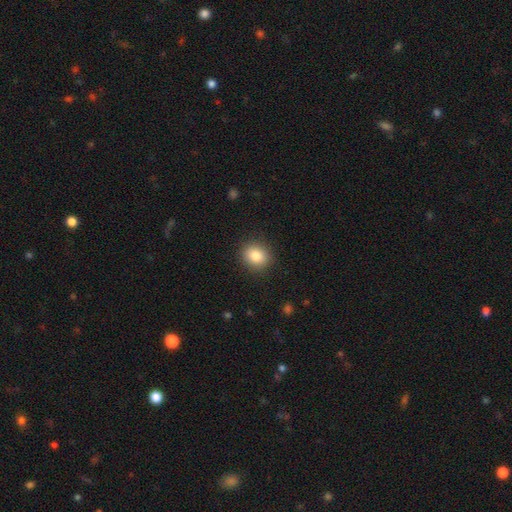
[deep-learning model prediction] Smooth or featured? Predicted: smooth (p=0.84). How rounded? Predicted: round (p=0.70). Merging? Predicted: none (p=0.89).